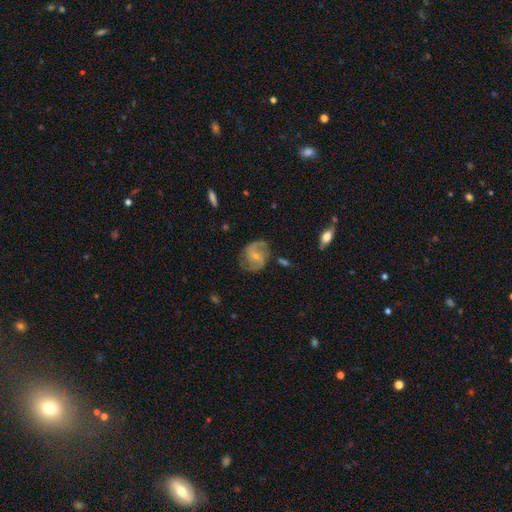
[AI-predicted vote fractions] A featured or disk galaxy (78%) with no bar (50%), 2 (79%) medium (48%) spiral arms (92%) and a small central bulge (61%).

Vote fractions:
- Smooth or featured? featured or disk: 78% / smooth: 16% / star or artifact: 7%
- Edge-on disk? no: 97% / yes: 3%
- Bar? no: 50% / weak: 39% / strong: 11%
- Spiral arms? yes: 92% / no: 8%
- Spiral winding? medium: 48% / loose: 30% / tight: 22%
- Spiral arm count? 2: 79% / can't tell: 9% / 3: 6% / 1: 3% / 4: 2% / more than 4: 2%
- Bulge size? small: 61% / moderate: 35% / none: 2% / large: 1% / dominant: 1%
- Merging? none: 70% / minor disturbance: 19% / major disturbance: 8% / merger: 3%